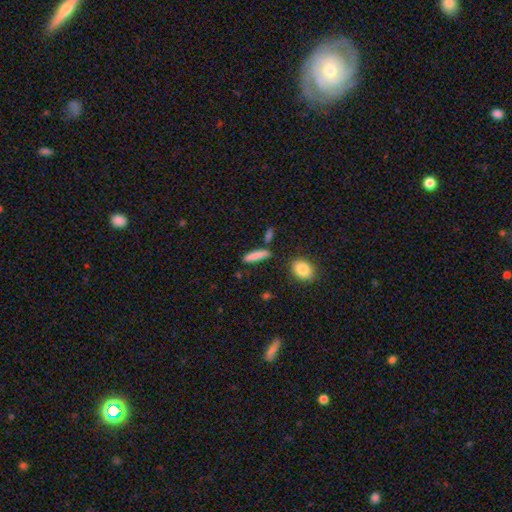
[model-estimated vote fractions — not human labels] smooth_or_featured: smooth (p=0.82) [alt: featured or disk p=0.10]
how_rounded: cigar-shaped (p=0.82) [alt: in between p=0.16]
merging: none (p=0.79) [alt: minor disturbance p=0.12]